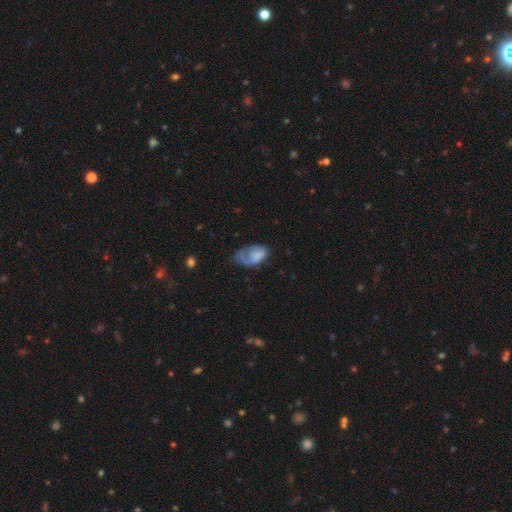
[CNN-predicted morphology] Q: Smooth or featured?
A: smooth (63%); runner-up: featured or disk (29%)
Q: How rounded?
A: in between (91%); runner-up: round (7%)
Q: Merging?
A: major disturbance (35%); runner-up: none (32%)